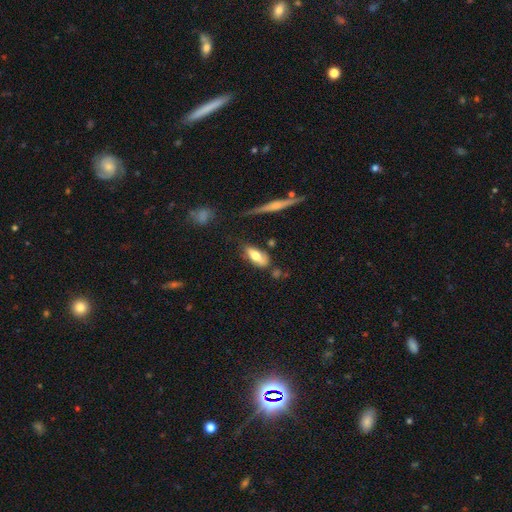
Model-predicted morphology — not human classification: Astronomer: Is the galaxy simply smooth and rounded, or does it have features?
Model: smooth — 67%.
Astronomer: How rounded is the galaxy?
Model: in between — 74%.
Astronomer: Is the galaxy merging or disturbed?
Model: none — 55%.